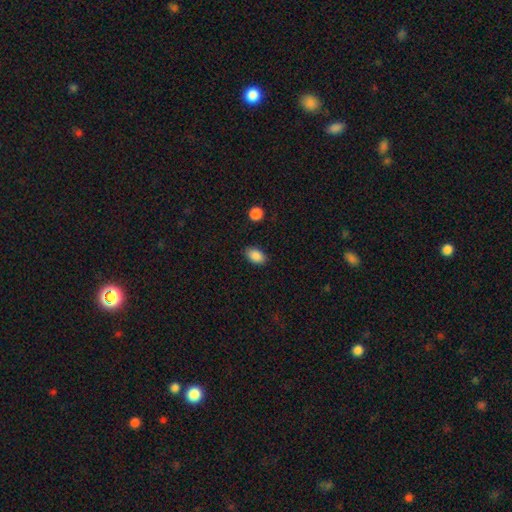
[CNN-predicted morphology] type=smooth (88%); roundness=in between (87%); merging=none (86%).